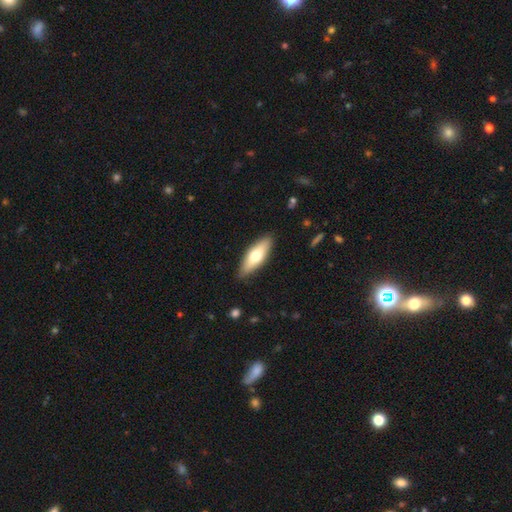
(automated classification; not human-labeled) smooth-or-featured: smooth: 65% | featured or disk: 30% | star or artifact: 5%
  how-rounded: in between: 58% | cigar-shaped: 40% | round: 2%
  merging: none: 87% | minor disturbance: 10% | major disturbance: 2% | merger: 1%